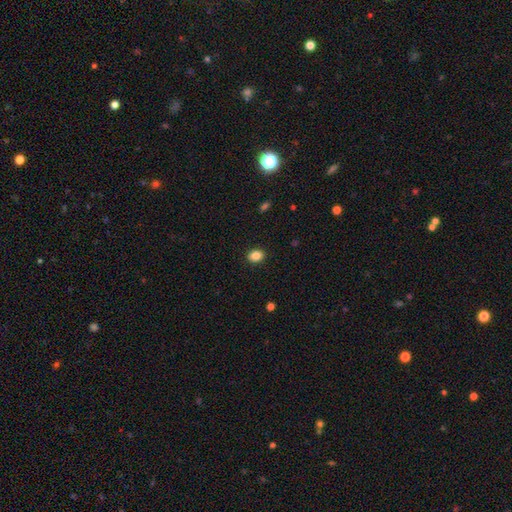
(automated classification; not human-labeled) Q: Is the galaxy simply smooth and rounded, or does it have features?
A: smooth — 86%.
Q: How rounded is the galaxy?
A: in between — 65%.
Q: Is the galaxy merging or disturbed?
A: none — 90%.